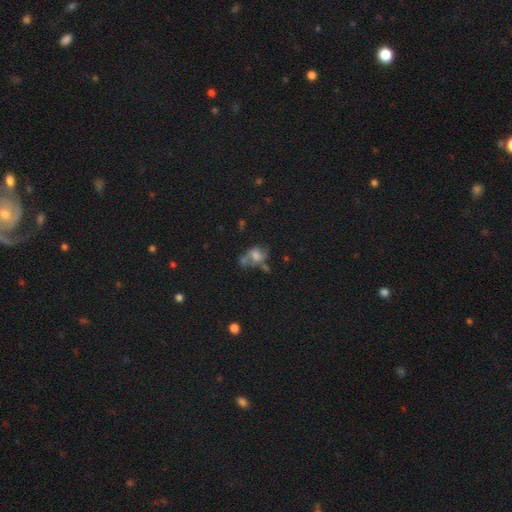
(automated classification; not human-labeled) A smooth galaxy with no disk features (53%) that is in between round and cigar-shaped (61%).

Vote fractions:
- Smooth or featured? smooth: 53% / featured or disk: 31% / star or artifact: 15%
- How rounded? in between: 61% / round: 37% / cigar-shaped: 2%
- Merging? merger: 35% / none: 28% / minor disturbance: 19% / major disturbance: 18%